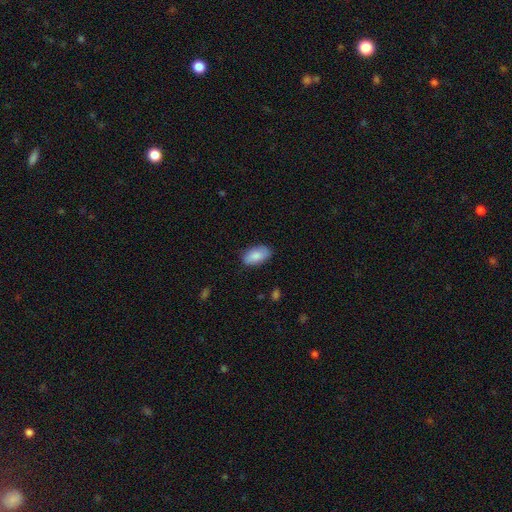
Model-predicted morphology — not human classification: Smooth or featured? smooth (85%)
How rounded? in between (94%)
Merging? none (81%)